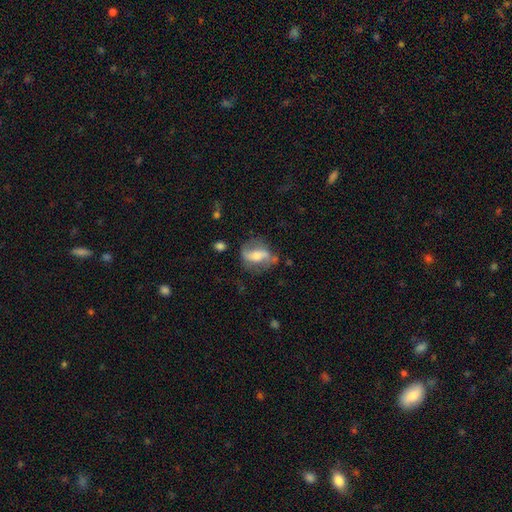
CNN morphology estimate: Smooth or featured?
  - featured or disk: 59% *
  - smooth: 33%
  - star or artifact: 7%
Edge-on disk?
  - no: 86% *
  - yes: 14%
Bar?
  - strong: 46% *
  - weak: 28%
  - no: 25%
Spiral arms?
  - yes: 69% *
  - no: 31%
Bulge size?
  - moderate: 50% *
  - small: 35%
  - large: 9%
  - none: 5%
  - dominant: 2%
Merging?
  - none: 60% *
  - minor disturbance: 23%
  - major disturbance: 13%
  - merger: 4%